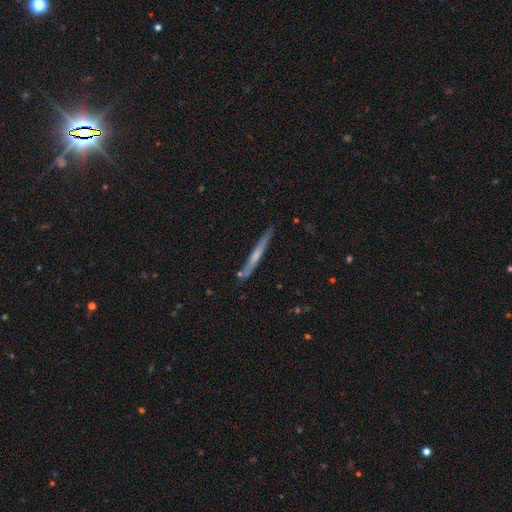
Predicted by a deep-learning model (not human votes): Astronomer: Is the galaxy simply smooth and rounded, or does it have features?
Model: featured or disk — 51% (runner-up: smooth, 43%).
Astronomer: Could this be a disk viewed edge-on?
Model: yes — 95%.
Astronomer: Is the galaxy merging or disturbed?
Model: none — 81%.